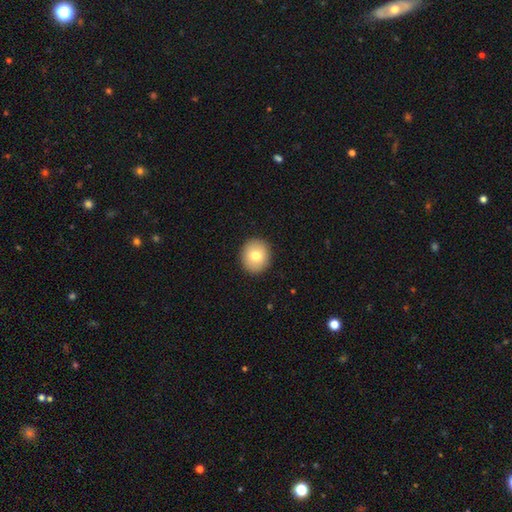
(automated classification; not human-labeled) Morphology: type=smooth (77%); roundness=round (83%); merging=none (91%).